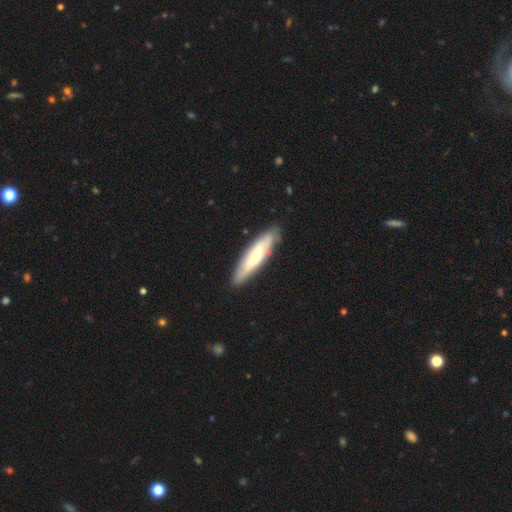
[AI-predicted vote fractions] Smooth or featured? Predicted: smooth (p=0.50). How rounded? Predicted: cigar-shaped (p=0.76). Merging? Predicted: none (p=0.80).